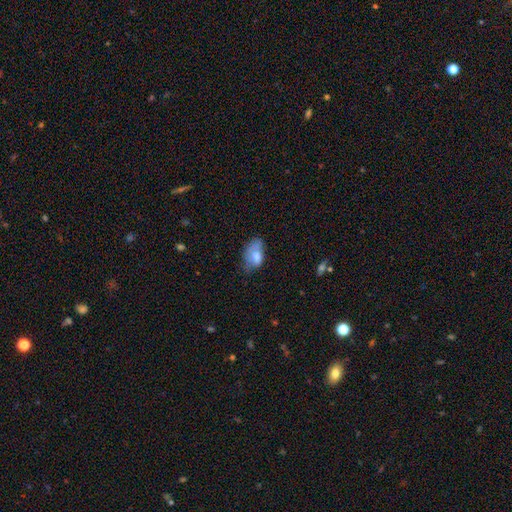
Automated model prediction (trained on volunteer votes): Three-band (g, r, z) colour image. It shows a smooth galaxy with no disk features (69%) that is in between round and cigar-shaped (91%). Merging: minor disturbance (38%).